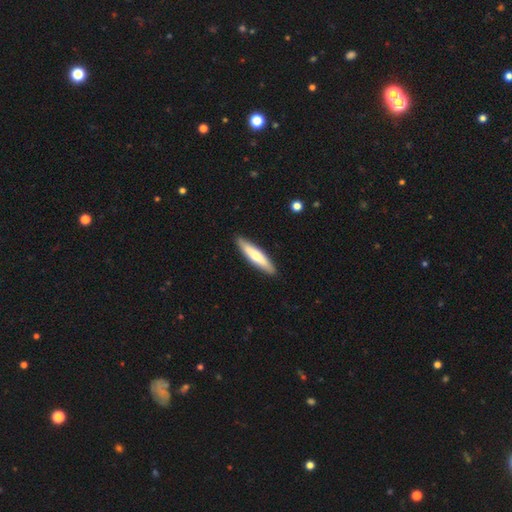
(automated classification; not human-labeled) smooth 60%, featured or disk 35%, star or artifact 5%. Down the decision tree: how rounded — cigar-shaped (84%); merging — none (90%).